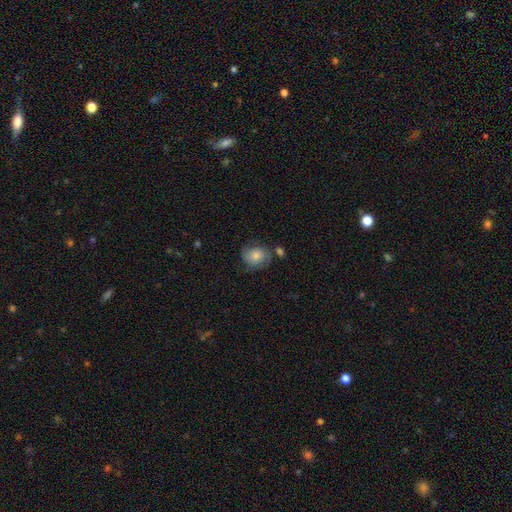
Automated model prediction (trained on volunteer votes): This is likely a smooth galaxy (64%). How rounded: likely round (62%). Merging: likely none (61%).